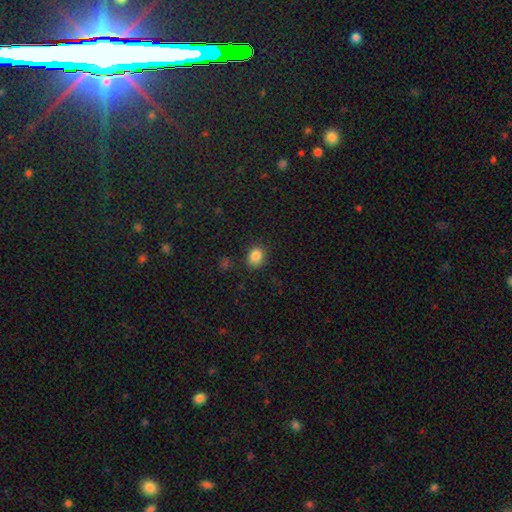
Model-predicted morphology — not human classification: A smooth galaxy with no disk features (85%) that is in between round and cigar-shaped (50%, tied with round).

Vote fractions:
- Smooth or featured? smooth: 85% / star or artifact: 11% / featured or disk: 4%
- How rounded? in between: 50% (tied) / round: 50% (tied) / cigar-shaped: 1%
- Merging? none: 83% / minor disturbance: 12% / major disturbance: 3% / merger: 2%